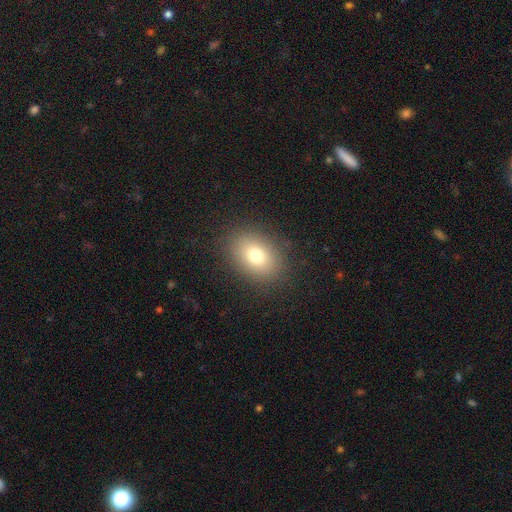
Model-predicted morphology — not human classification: smooth_or_featured: smooth (p=0.77) [alt: star or artifact p=0.12]
how_rounded: in between (p=0.70) [alt: round p=0.29]
merging: none (p=0.87) [alt: minor disturbance p=0.08]